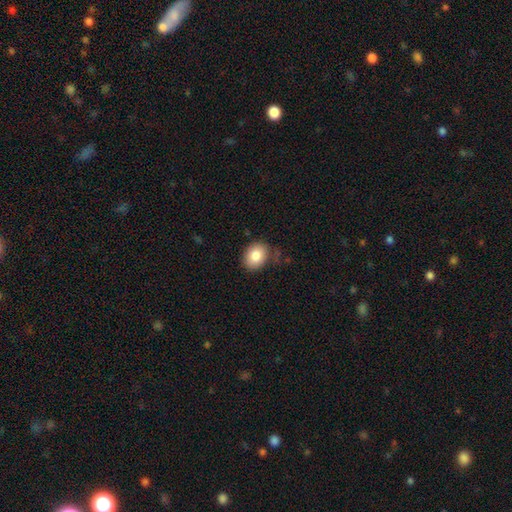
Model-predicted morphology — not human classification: Smooth or featured: smooth — 85% (star or artifact — 8%)
How rounded: in between — 59% (round — 40%)
Merging: none — 77% (minor disturbance — 16%)